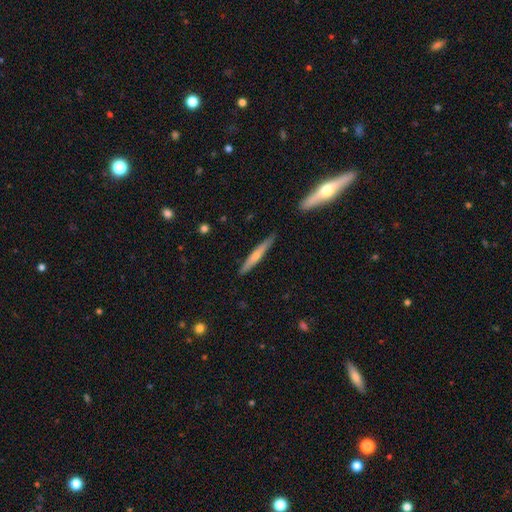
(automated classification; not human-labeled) Morphology: type=featured or disk (53%); edge-on=yes (96%); edge-on bulge=rounded (70%); merging=none (88%).